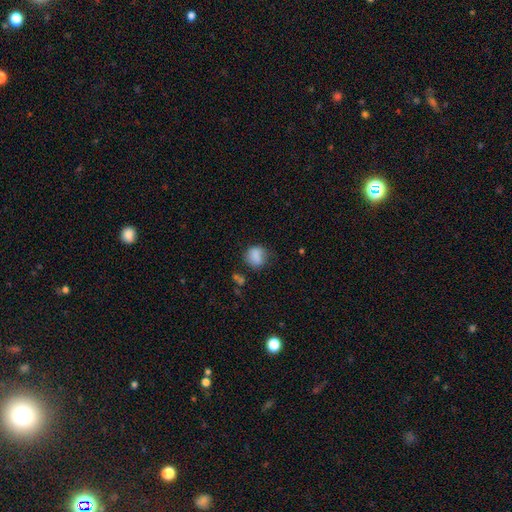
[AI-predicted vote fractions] Morphology: type=smooth (83%); roundness=round (66%); merging=none (61%).